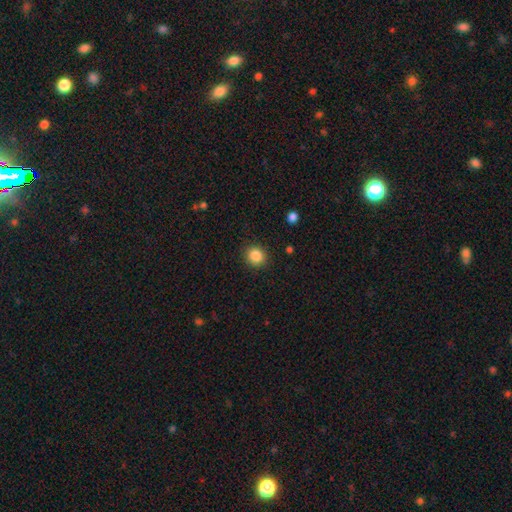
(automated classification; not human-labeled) A smooth galaxy with no disk features (86%) that is round (88%). Merging: none (90%).